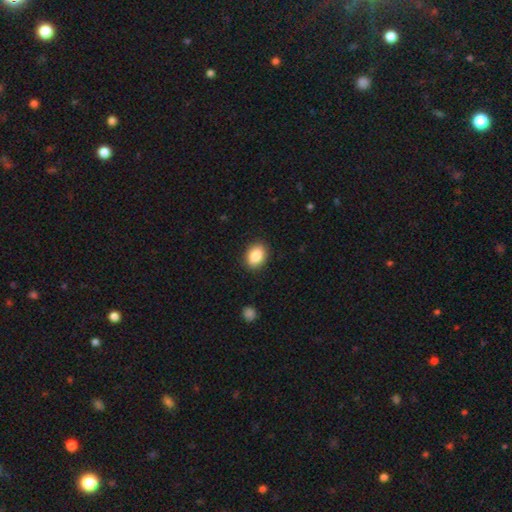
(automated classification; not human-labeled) Smooth or featured?
  - smooth: 87% *
  - star or artifact: 8%
  - featured or disk: 6%
How rounded?
  - in between: 70% *
  - round: 29%
  - cigar-shaped: 1%
Merging?
  - none: 89% *
  - minor disturbance: 8%
  - major disturbance: 2%
  - merger: 1%